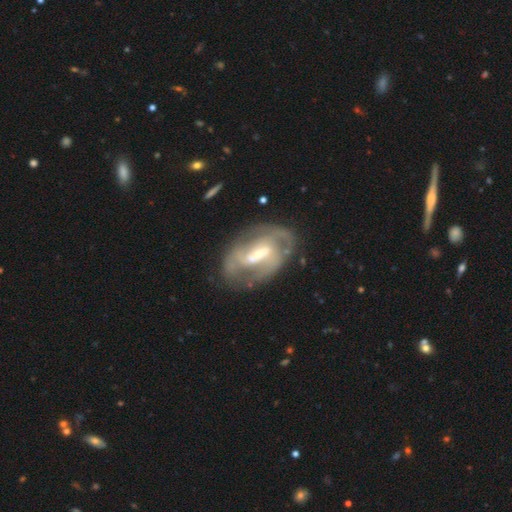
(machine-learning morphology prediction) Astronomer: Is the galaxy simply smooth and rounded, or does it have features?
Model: featured or disk — 78%.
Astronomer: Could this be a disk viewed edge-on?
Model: no — 95%.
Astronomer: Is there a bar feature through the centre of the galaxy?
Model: weak — 43% (runner-up: strong, 39%).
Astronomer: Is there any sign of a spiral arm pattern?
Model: yes — 81%.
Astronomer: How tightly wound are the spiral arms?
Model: tight — 45% (runner-up: medium, 39%).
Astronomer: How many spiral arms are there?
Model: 2 — 43% (runner-up: can't tell, 33%).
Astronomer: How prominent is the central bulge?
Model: moderate — 47% (runner-up: small, 33%).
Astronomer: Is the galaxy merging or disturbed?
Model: none — 63%.